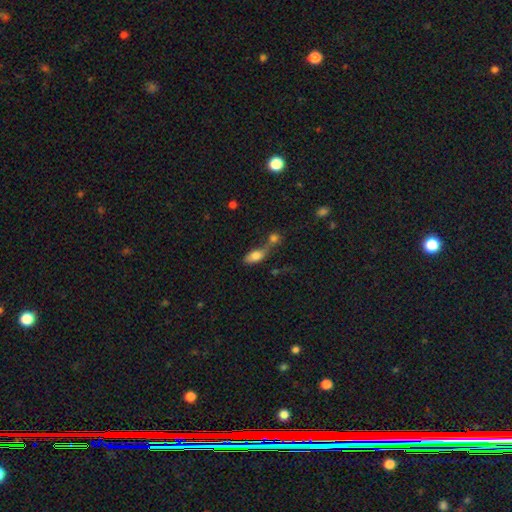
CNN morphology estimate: A smooth galaxy with no disk features (79%) that is in between round and cigar-shaped (85%). Merging: merger (53%).